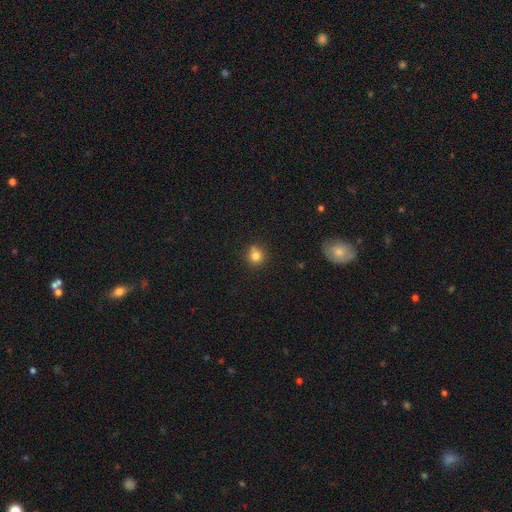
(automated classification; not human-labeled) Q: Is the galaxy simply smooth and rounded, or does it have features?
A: smooth — 80%.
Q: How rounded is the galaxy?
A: round — 89%.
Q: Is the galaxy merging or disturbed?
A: none — 71%.